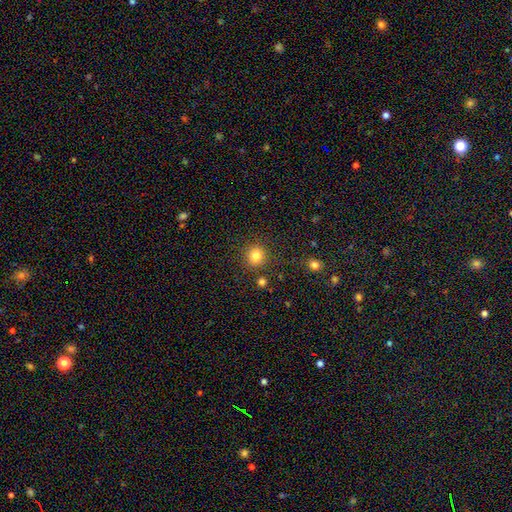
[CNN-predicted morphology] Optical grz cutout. It shows a smooth galaxy with no disk features (83%) that is round (87%). Merging: none (86%).